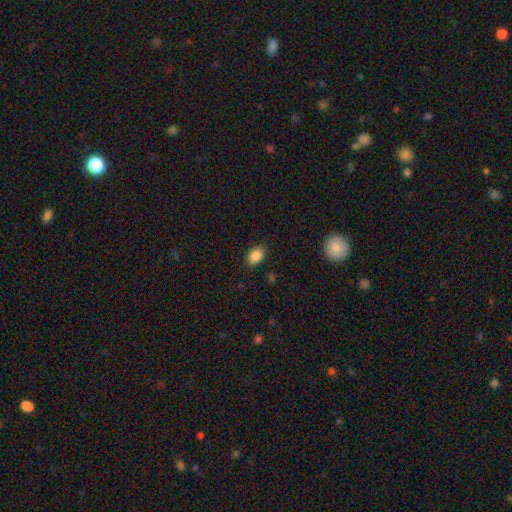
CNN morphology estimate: A smooth galaxy with no disk features (86%) that is in between round and cigar-shaped (79%).

Vote fractions:
- Smooth or featured? smooth: 86% / star or artifact: 9% / featured or disk: 5%
- How rounded? in between: 79% / round: 19% / cigar-shaped: 1%
- Merging? none: 86% / minor disturbance: 11% / major disturbance: 2% / merger: 1%